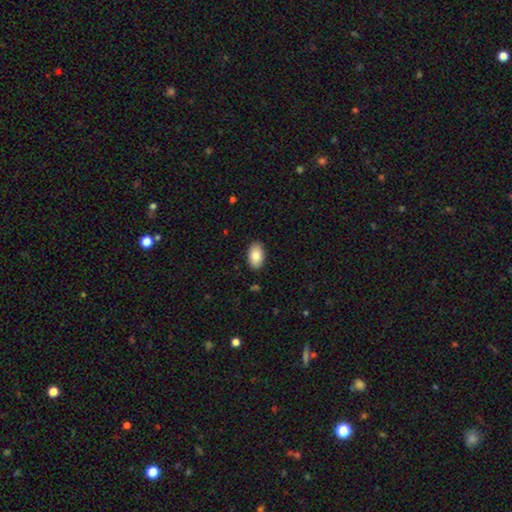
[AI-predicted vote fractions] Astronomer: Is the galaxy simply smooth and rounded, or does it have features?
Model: smooth — 86%.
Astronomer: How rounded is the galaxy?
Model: in between — 95%.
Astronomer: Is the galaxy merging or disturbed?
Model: none — 89%.